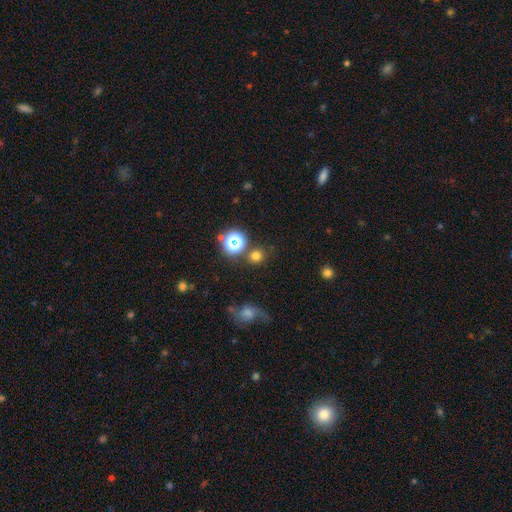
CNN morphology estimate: type=smooth (71%); roundness=round (88%); merging=none (80%).